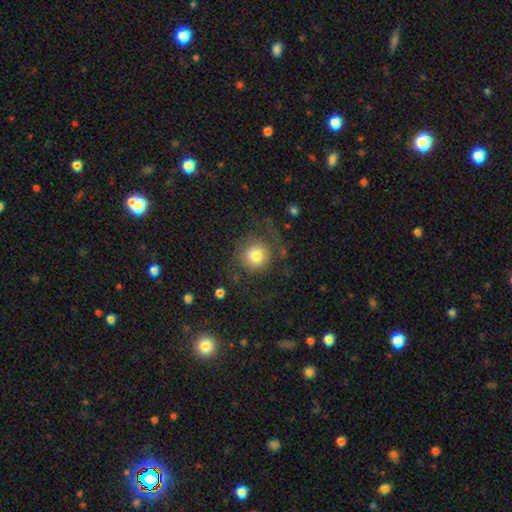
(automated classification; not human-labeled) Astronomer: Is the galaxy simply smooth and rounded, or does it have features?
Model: smooth — 68%.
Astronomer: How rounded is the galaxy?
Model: round — 91%.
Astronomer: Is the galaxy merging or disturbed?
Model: none — 58%.